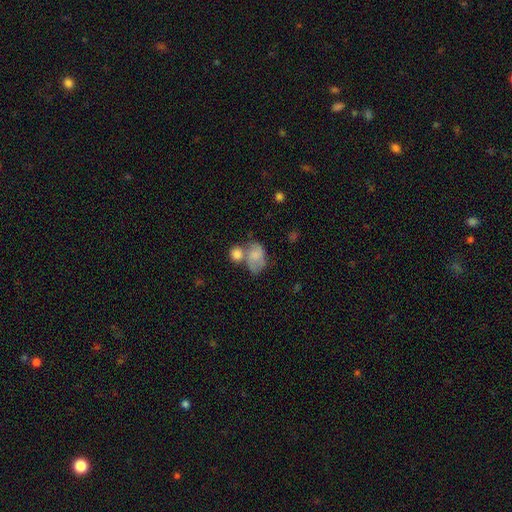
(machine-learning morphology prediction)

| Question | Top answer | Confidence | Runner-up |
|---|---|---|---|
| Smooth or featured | smooth | 68% | featured or disk (24%) |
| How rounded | in between | 68% | round (30%) |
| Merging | merger | 47% | none (24%) |